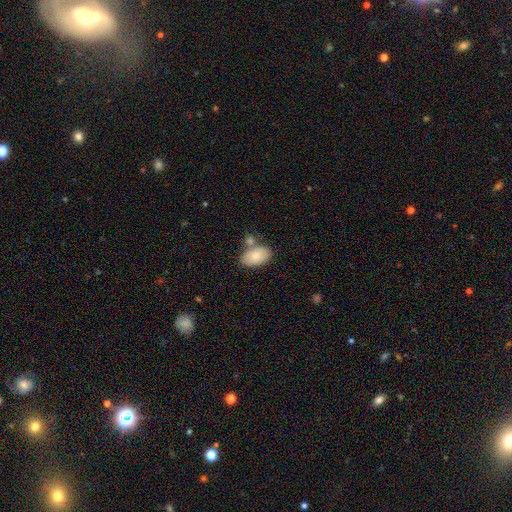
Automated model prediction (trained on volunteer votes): The model was most divided on "merging": none: 62%, merger: 20%, minor disturbance: 14%, major disturbance: 4%. More confident: how rounded — in between (93%); smooth or featured — smooth (82%).